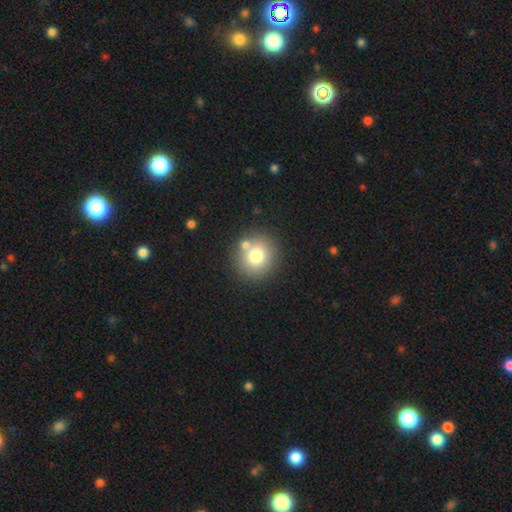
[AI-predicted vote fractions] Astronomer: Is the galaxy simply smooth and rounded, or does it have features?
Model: smooth — 75%.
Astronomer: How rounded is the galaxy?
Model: round — 89%.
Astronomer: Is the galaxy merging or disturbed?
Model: none — 76%.